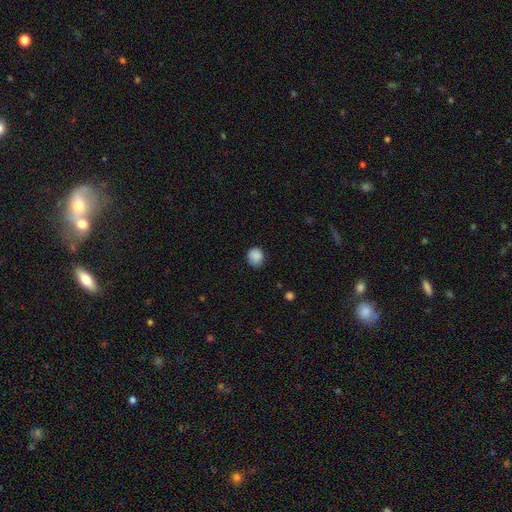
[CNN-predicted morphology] type=smooth (87%); roundness=round (78%); merging=none (73%).